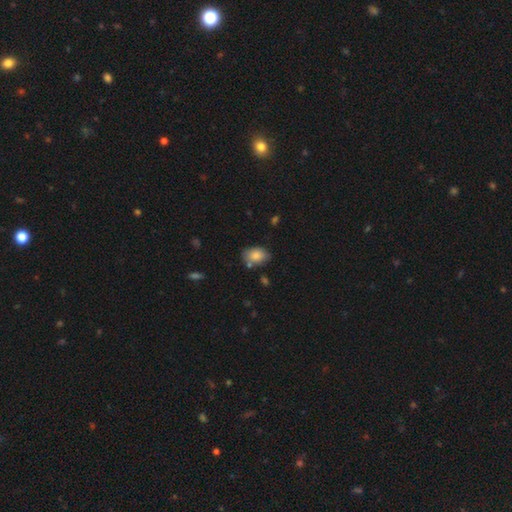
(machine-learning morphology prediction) Overall: smooth (84%). How rounded: in between (80%). Merging: none (69%).